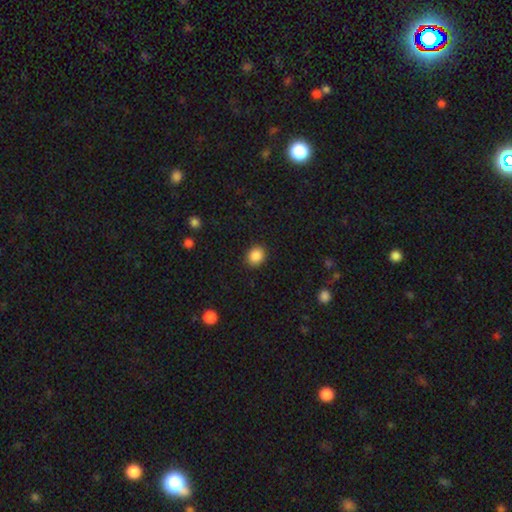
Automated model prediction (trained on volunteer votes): This appears to be a smooth galaxy with no disk features (88%) that is round (69%). Merging: none (90%).